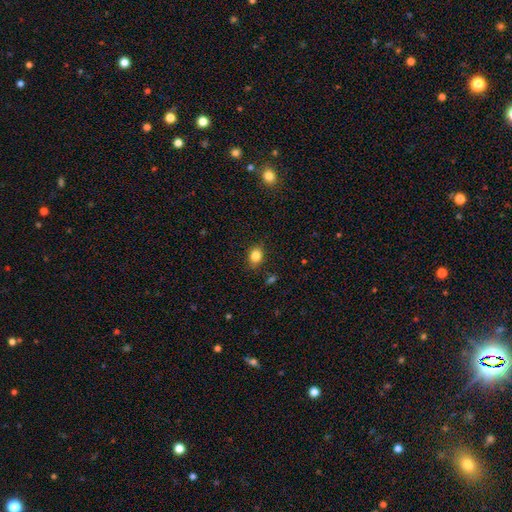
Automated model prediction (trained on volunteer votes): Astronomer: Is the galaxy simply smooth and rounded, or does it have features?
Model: smooth — 84%.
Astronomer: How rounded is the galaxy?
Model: in between — 60% (runner-up: round, 39%).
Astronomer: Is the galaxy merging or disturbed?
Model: none — 84%.